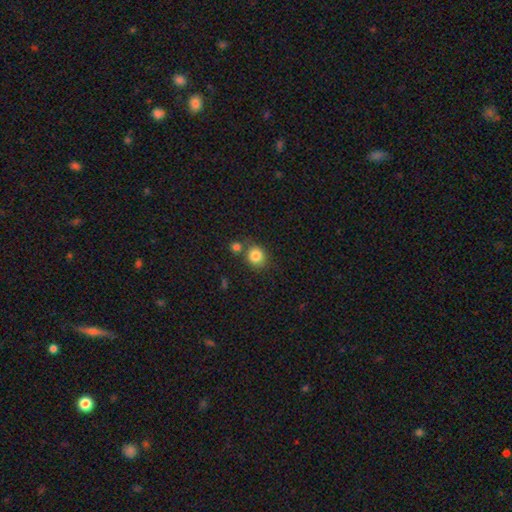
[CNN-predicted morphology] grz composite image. It shows a smooth galaxy with no disk features (84%) that is round (78%). Merging: none (67%).